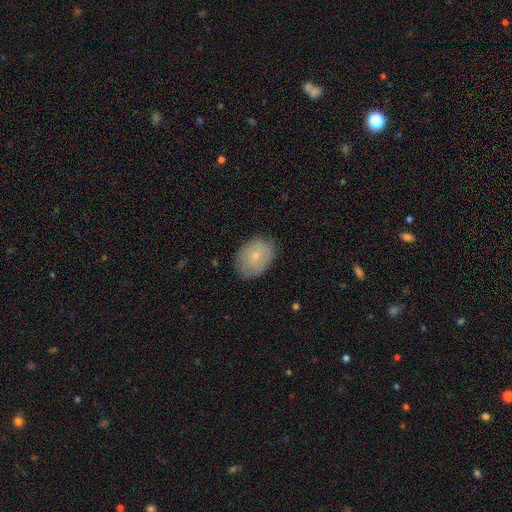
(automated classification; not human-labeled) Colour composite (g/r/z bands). It shows a smooth galaxy with no disk features (59%) that is in between round and cigar-shaped (66%). Merging: none (74%).